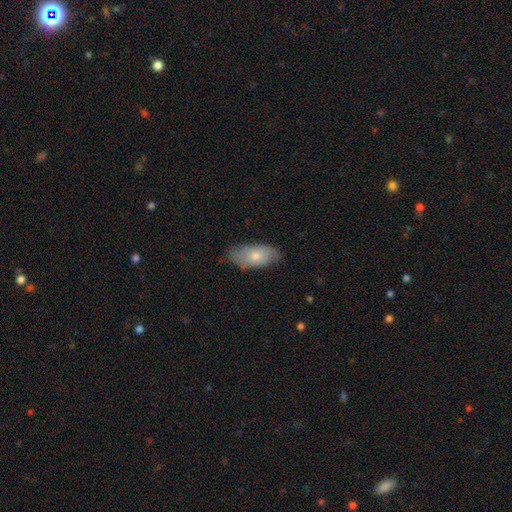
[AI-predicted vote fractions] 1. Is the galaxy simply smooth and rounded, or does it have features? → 70% smooth, 24% featured or disk, 6% star or artifact.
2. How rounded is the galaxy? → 91% in between, 5% cigar-shaped, 4% round.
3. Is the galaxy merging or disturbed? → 71% none, 23% minor disturbance, 4% major disturbance, 1% merger.